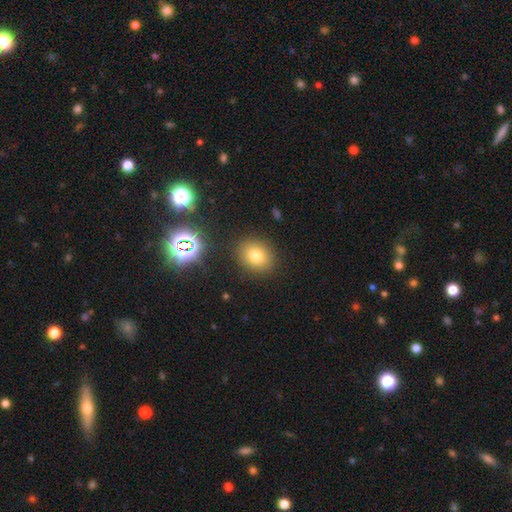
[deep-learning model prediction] A smooth galaxy with no disk features (76%) that is round (55%).

Vote fractions:
- Smooth or featured? smooth: 76% / star or artifact: 15% / featured or disk: 9%
- How rounded? round: 55% / in between: 44% / cigar-shaped: 1%
- Merging? none: 86% / minor disturbance: 9% / major disturbance: 3% / merger: 2%